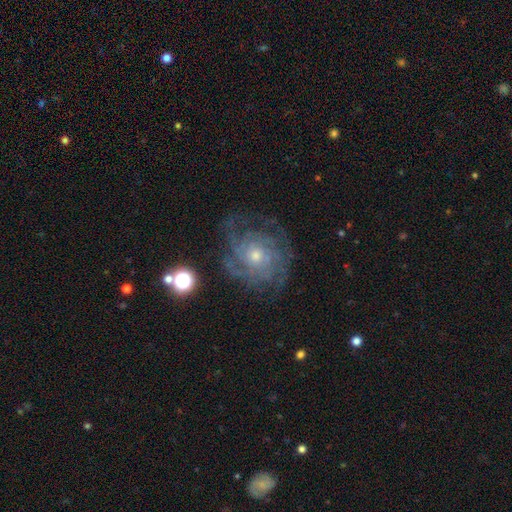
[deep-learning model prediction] Smooth or featured: featured or disk — 83% (star or artifact — 9%)
Edge-on disk: no — 97% (yes — 3%)
Bar: no — 80% (weak — 17%)
Spiral arms: yes — 94% (no — 6%)
Spiral winding: tight — 65% (medium — 28%)
Spiral arm count: can't tell — 37% (4 — 19%)
Bulge size: small — 53% (moderate — 43%)
Merging: none — 71% (minor disturbance — 17%)